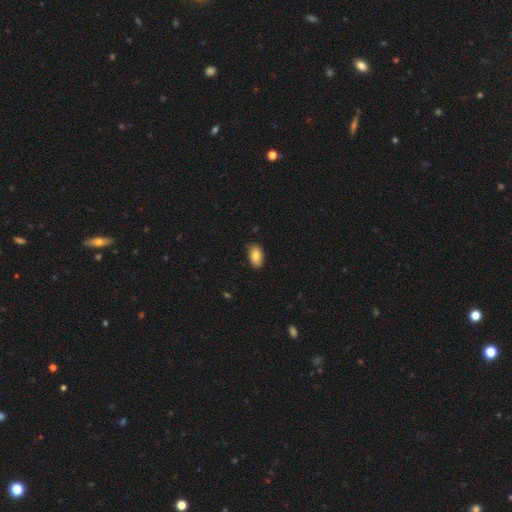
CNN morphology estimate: Overall: smooth (83%). How rounded: in between (93%). Merging: none (83%).